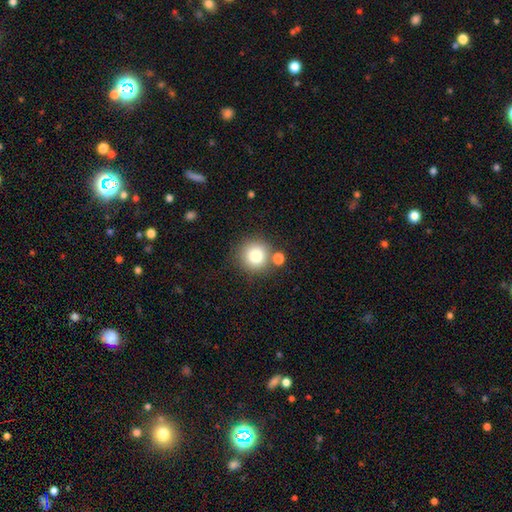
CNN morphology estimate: This appears to be a smooth galaxy with no disk features (80%) that is round (93%). Merging: none (74%).